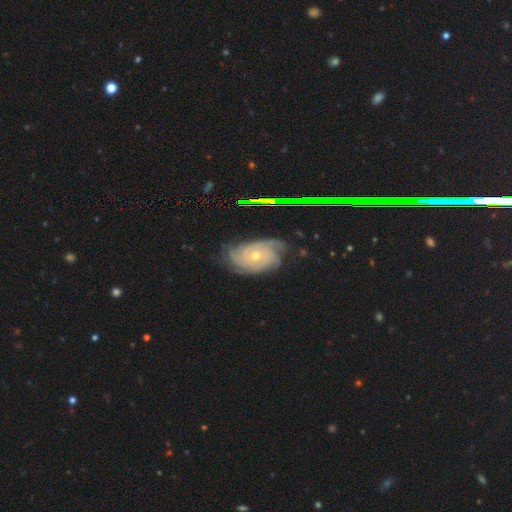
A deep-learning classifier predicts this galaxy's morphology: Overall: featured or disk (85%). Edge-on disk: no (96%). Bar: no (79%). Spiral arms: yes (97%). Spiral arm count: can't tell (27%; 4 23%). Spiral winding: tight (75%). Bulge size: small (57%; moderate 40%). Merging: none (73%).